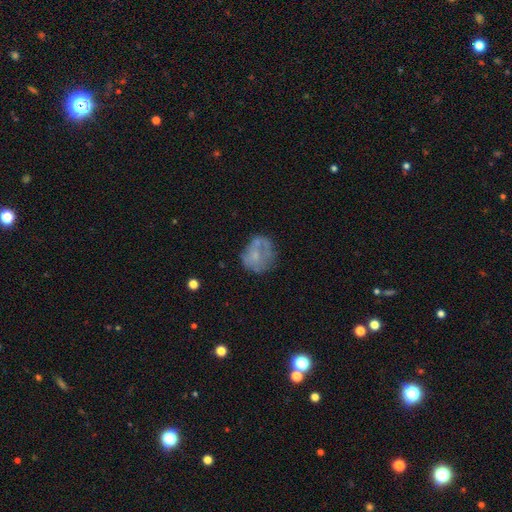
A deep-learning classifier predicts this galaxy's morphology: Smooth or featured? Predicted: smooth (p=0.51). How rounded? Predicted: round (p=0.73). Merging? Predicted: none (p=0.47).